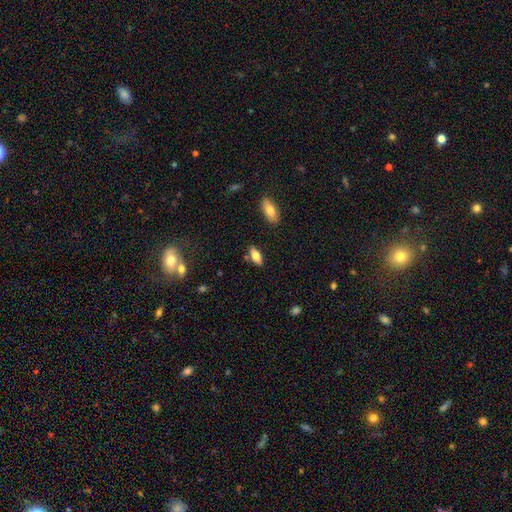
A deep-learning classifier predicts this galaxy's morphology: A smooth galaxy with no disk features (75%) that is in between round and cigar-shaped (83%). Merging: none (81%).